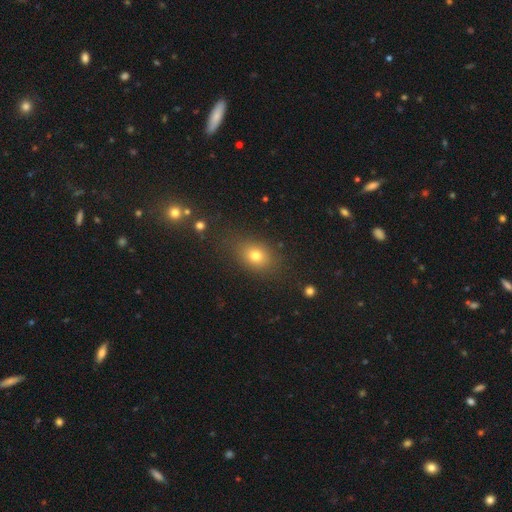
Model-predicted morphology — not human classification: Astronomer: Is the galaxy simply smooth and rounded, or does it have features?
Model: smooth — 75%.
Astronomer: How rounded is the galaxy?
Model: in between — 60% (runner-up: round, 39%).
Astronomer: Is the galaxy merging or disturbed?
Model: none — 77%.